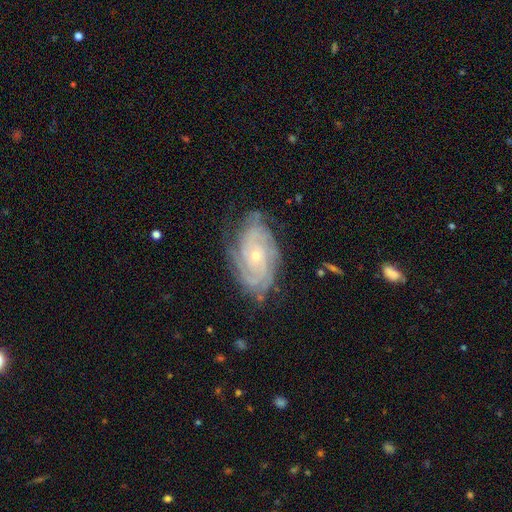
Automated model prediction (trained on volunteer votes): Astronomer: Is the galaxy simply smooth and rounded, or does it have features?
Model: featured or disk — 87%.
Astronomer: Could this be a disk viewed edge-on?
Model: no — 96%.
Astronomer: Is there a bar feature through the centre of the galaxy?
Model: no — 76%.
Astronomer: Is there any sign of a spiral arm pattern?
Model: yes — 97%.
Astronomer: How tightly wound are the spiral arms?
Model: tight — 76%.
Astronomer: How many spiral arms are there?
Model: can't tell — 27% (runner-up: 4, 23%).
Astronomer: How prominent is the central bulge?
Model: small — 73%.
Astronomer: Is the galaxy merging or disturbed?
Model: none — 75%.